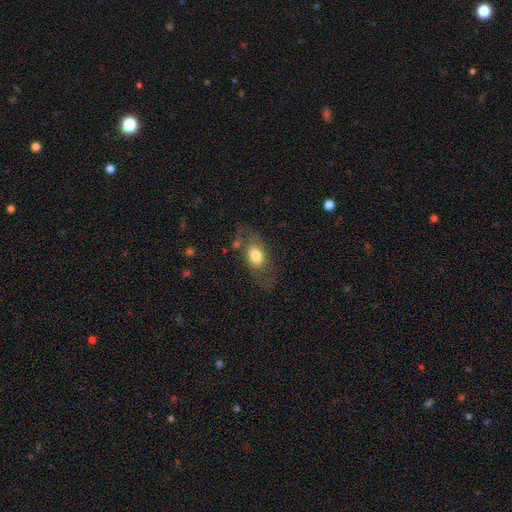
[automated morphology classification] Smooth or featured? Predicted: smooth (p=0.69). How rounded? Predicted: in between (p=0.80). Merging? Predicted: none (p=0.63).